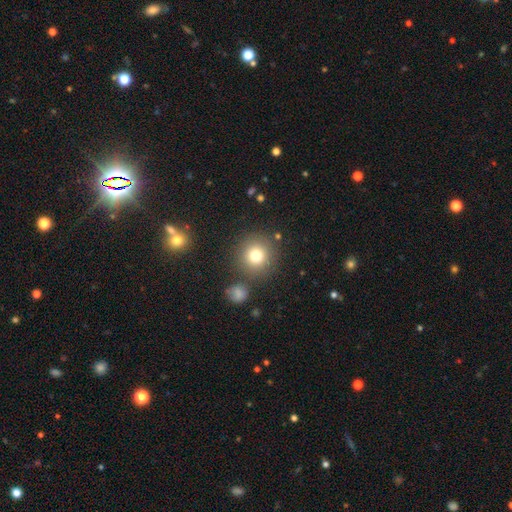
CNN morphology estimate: A smooth galaxy with no disk features (77%) that is round (94%).

Vote fractions:
- Smooth or featured? smooth: 77% / star or artifact: 13% / featured or disk: 9%
- How rounded? round: 94% / in between: 5% / cigar-shaped: 1%
- Merging? none: 82% / minor disturbance: 8% / merger: 6% / major disturbance: 4%